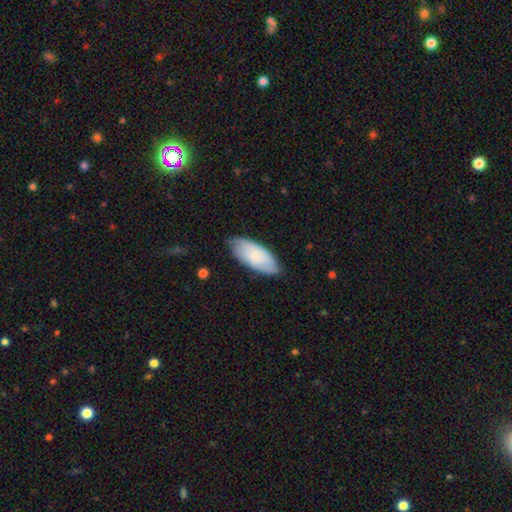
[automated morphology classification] Smooth or featured? smooth (73%)
How rounded? in between (88%)
Merging? none (73%)